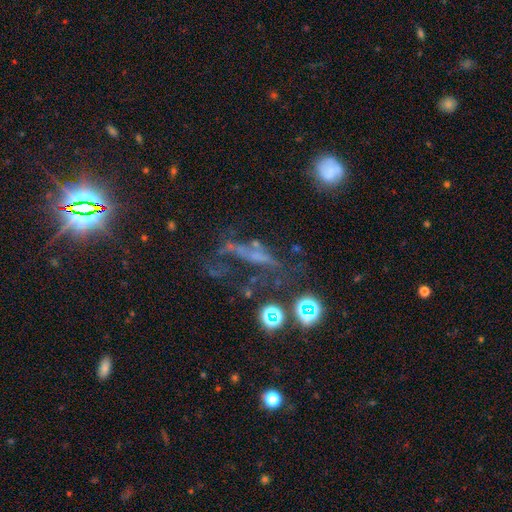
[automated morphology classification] A featured or disk galaxy (43%). Merging: none (38%).